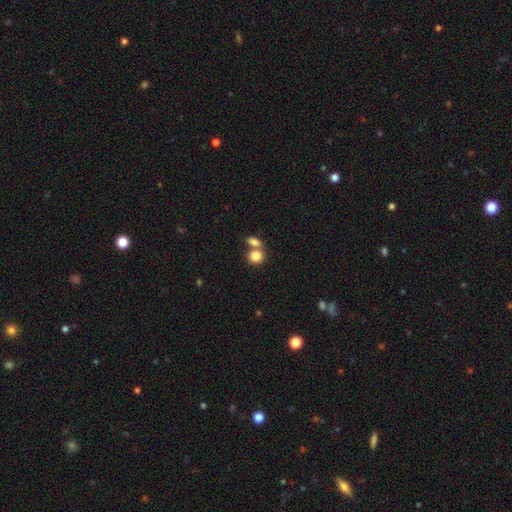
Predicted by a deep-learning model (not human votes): Overall: smooth (84%). How rounded: round (70%). Merging: merger (46%; none 43%).